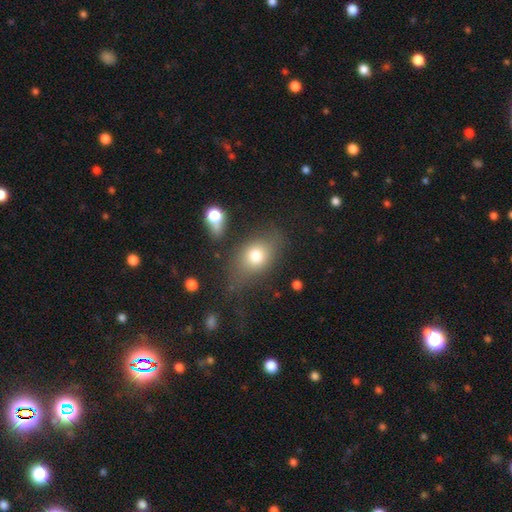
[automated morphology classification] Smooth or featured?
  - smooth: 72% *
  - featured or disk: 16%
  - star or artifact: 12%
How rounded?
  - in between: 67% *
  - round: 30%
  - cigar-shaped: 2%
Merging?
  - none: 55% *
  - minor disturbance: 23%
  - major disturbance: 16%
  - merger: 6%